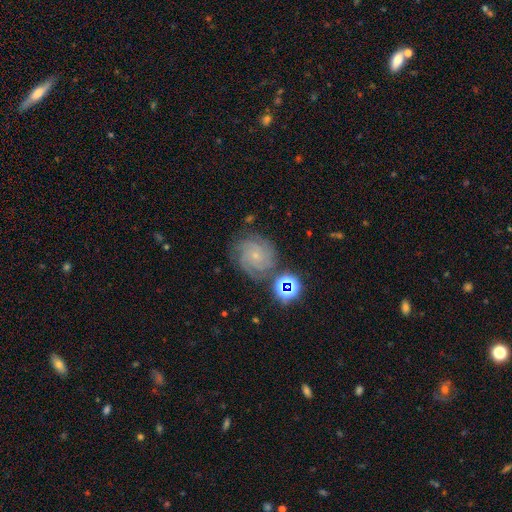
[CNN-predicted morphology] Smooth or featured: featured or disk — 76% (smooth — 12%)
Edge-on disk: no — 98% (yes — 2%)
Bar: no — 78% (weak — 18%)
Spiral arms: yes — 97% (no — 3%)
Spiral winding: tight — 73% (medium — 23%)
Spiral arm count: 3 — 31% (4 — 23%)
Bulge size: small — 81% (moderate — 13%)
Merging: none — 76% (minor disturbance — 15%)